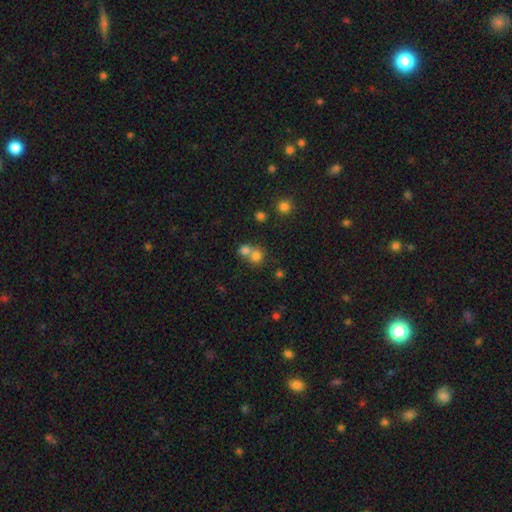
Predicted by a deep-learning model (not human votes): Smooth or featured? Predicted: smooth (p=0.74). How rounded? Predicted: round (p=0.85). Merging? Predicted: merger (p=0.51).